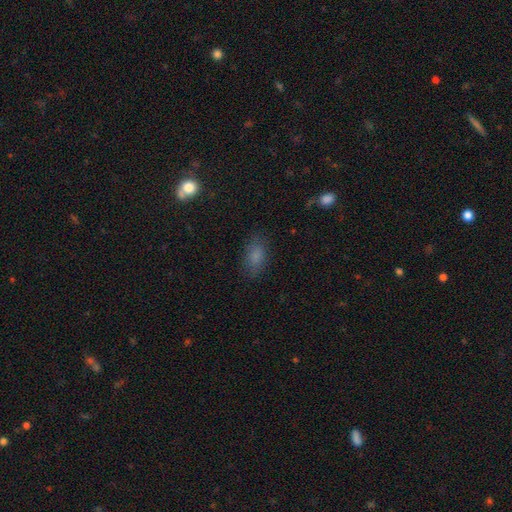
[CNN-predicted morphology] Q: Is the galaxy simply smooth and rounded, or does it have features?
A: smooth — 81%.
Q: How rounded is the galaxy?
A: in between — 90%.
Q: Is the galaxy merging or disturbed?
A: none — 80%.